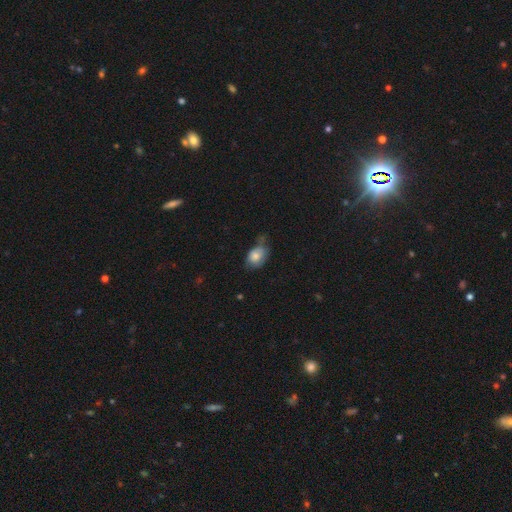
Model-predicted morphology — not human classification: Smooth or featured? Predicted: smooth (p=0.76). How rounded? Predicted: in between (p=0.77). Merging? Predicted: none (p=0.43).